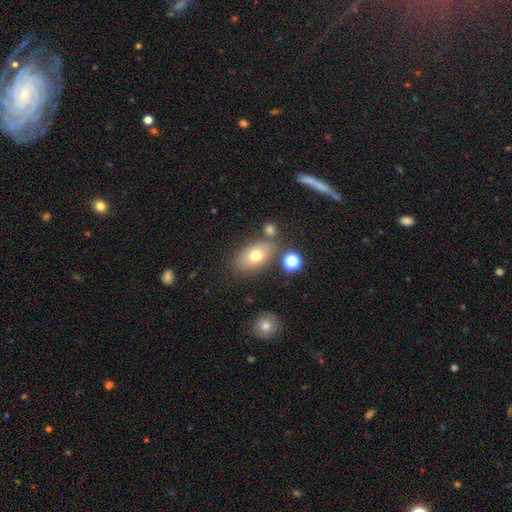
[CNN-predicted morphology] smooth 71%, featured or disk 19%, star or artifact 10%. Down the decision tree: how rounded — in between (86%); merging — none (71%).